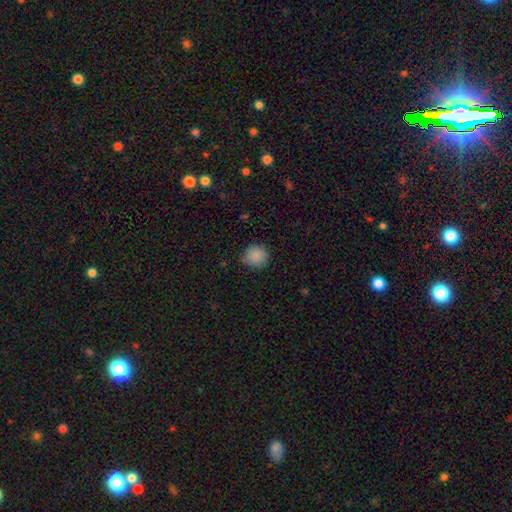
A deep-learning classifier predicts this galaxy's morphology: smooth-or-featured: smooth: 87% | star or artifact: 9% | featured or disk: 3%
  how-rounded: round: 90% | in between: 9% | cigar-shaped: 1%
  merging: none: 86% | minor disturbance: 10% | major disturbance: 3% | merger: 1%